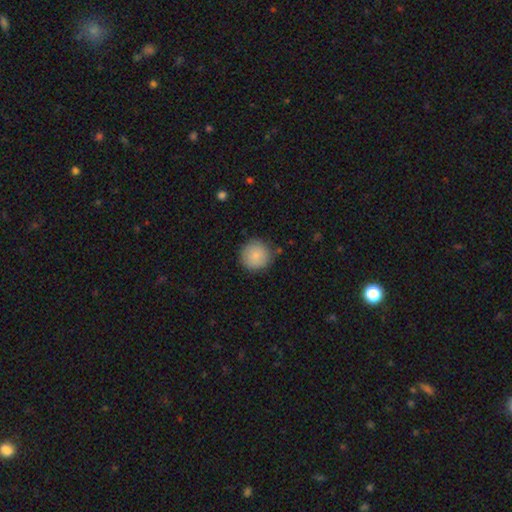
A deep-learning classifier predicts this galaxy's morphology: A smooth galaxy with no disk features (86%) that is round (95%). Merging: none (85%).